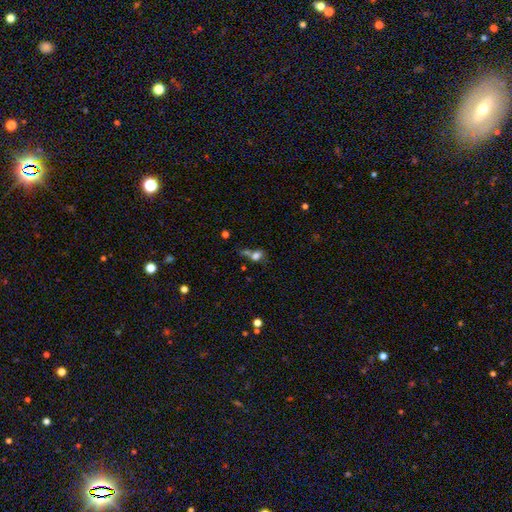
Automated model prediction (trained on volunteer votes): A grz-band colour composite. It shows a smooth galaxy with no disk features (71%) that is in between round and cigar-shaped (52%). Merging: merger (42%).